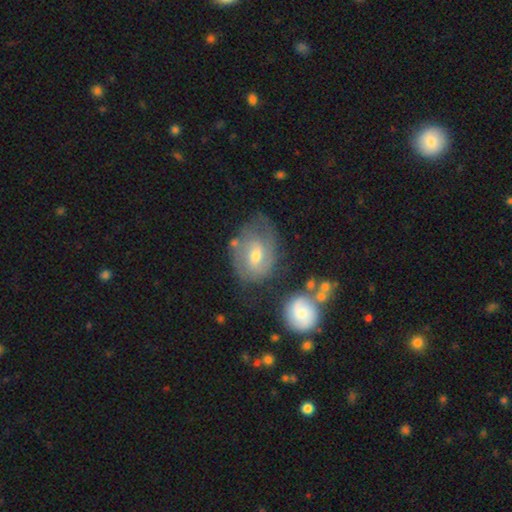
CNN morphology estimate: A featured or disk galaxy (65%) with a weak bar (50%), 2 (54%) tight (45%) spiral arms (83%) and a moderate central bulge (60%). Merging: none (53%).